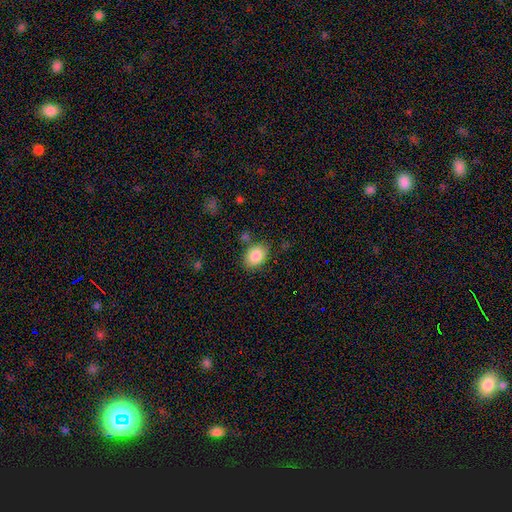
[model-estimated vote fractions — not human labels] smooth 86%, star or artifact 8%, featured or disk 6%. Down the decision tree: how rounded — in between (66%); merging — none (76%).